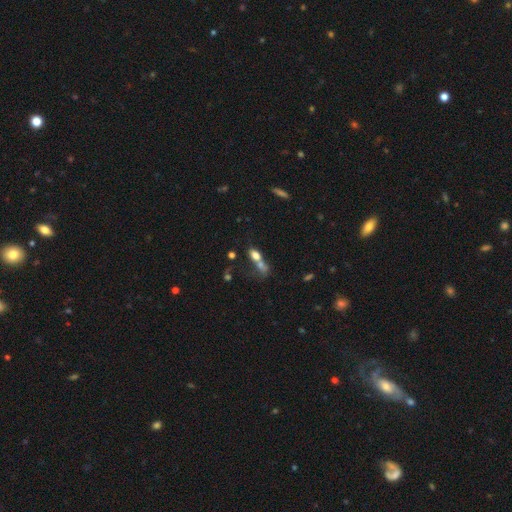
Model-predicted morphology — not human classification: Smooth or featured?
  - smooth: 67% *
  - featured or disk: 19%
  - star or artifact: 13%
How rounded?
  - in between: 70% *
  - round: 17%
  - cigar-shaped: 13%
Merging?
  - merger: 56% *
  - none: 23%
  - major disturbance: 11%
  - minor disturbance: 9%